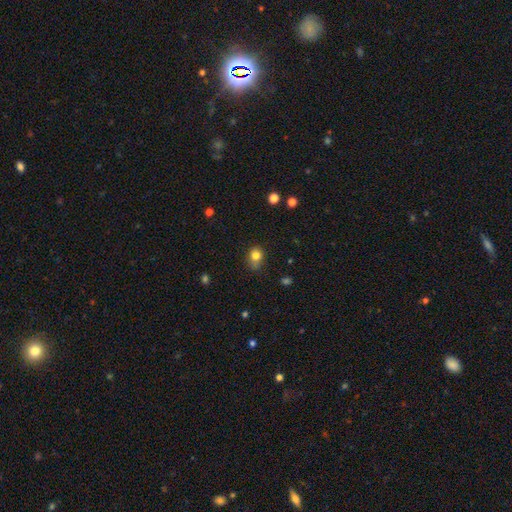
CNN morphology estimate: Smooth or featured: smooth — 80% (star or artifact — 12%)
How rounded: round — 57% (in between — 42%)
Merging: none — 57% (minor disturbance — 31%)